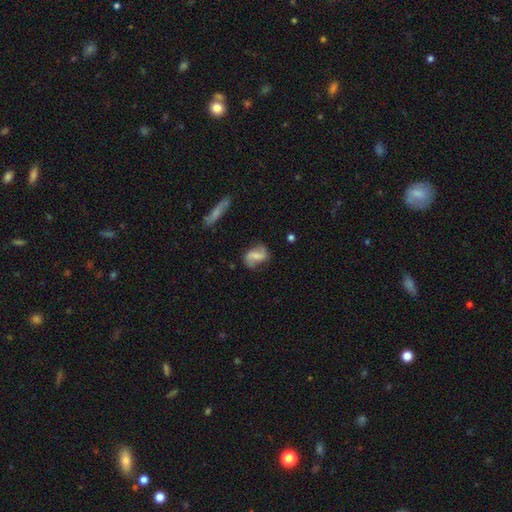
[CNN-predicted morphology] type=featured or disk (60%); edge-on=no (96%); bar=weak (44%); spiral arms=yes (89%); winding=loose (56%); arm count=2 (88%); bulge=small (36%); merging=none (71%).